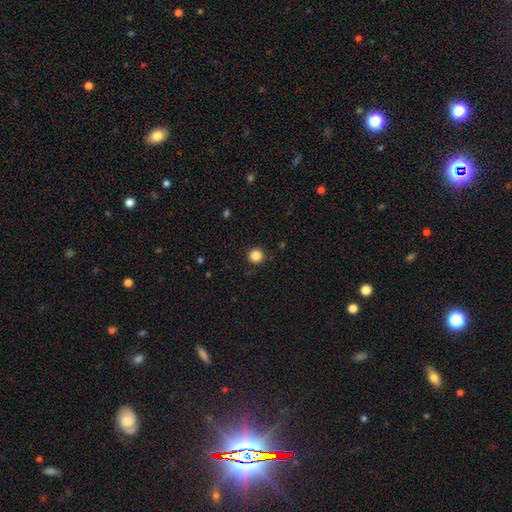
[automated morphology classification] smooth-or-featured: smooth: 86% | star or artifact: 11% | featured or disk: 3%
  how-rounded: round: 96% | in between: 3% | cigar-shaped: 1%
  merging: none: 92% | minor disturbance: 5% | major disturbance: 2% | merger: 1%